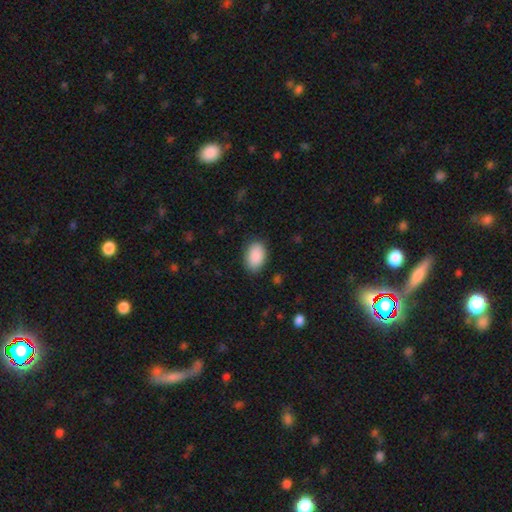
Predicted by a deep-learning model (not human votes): A smooth galaxy with no disk features (90%) that is in between round and cigar-shaped (90%). Merging: none (86%).